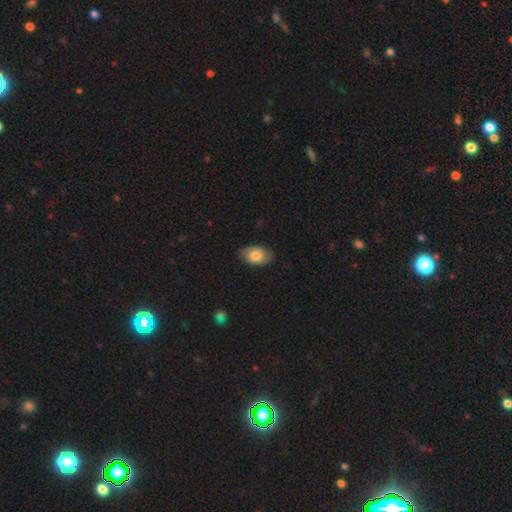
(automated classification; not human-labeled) smooth-or-featured: smooth: 69% | featured or disk: 24% | star or artifact: 6%
  how-rounded: in between: 88% | round: 10% | cigar-shaped: 1%
  merging: none: 80% | minor disturbance: 16% | major disturbance: 3% | merger: 1%